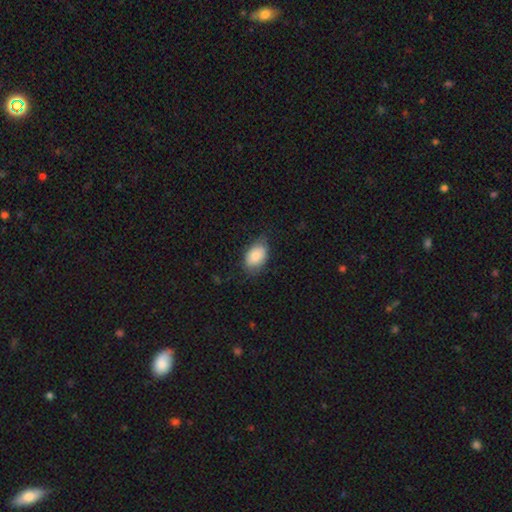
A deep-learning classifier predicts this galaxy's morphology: A smooth galaxy with no disk features (84%) that is in between round and cigar-shaped (88%). Merging: none (70%).